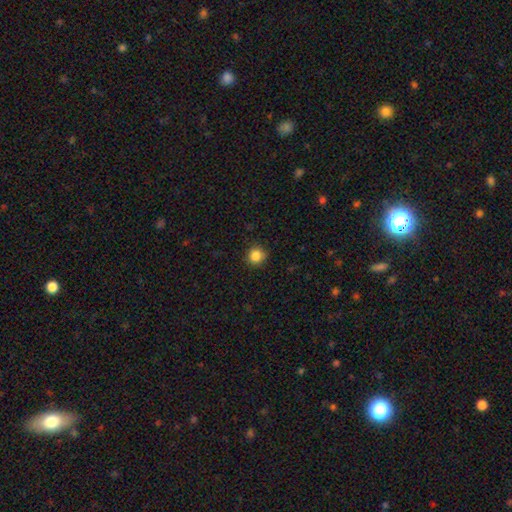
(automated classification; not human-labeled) Smooth or featured?
  - smooth: 85% *
  - star or artifact: 11%
  - featured or disk: 4%
How rounded?
  - round: 92% *
  - in between: 7%
  - cigar-shaped: 1%
Merging?
  - none: 87% *
  - minor disturbance: 10%
  - major disturbance: 2%
  - merger: 1%